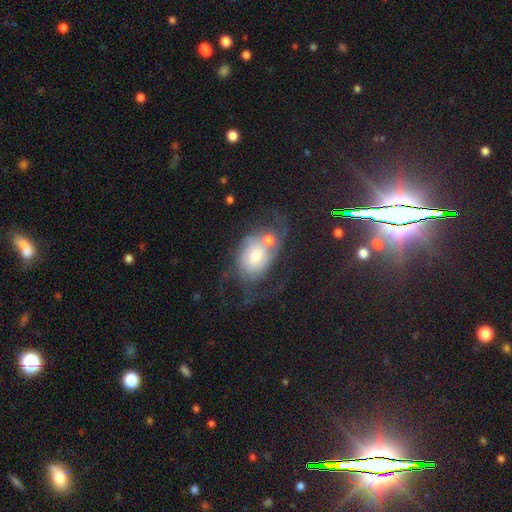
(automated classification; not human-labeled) This appears to be a featured or disk galaxy (63%) with no bar (74%), spiral arms (80%) and a moderate central bulge (46%). Merging: merger (31%).